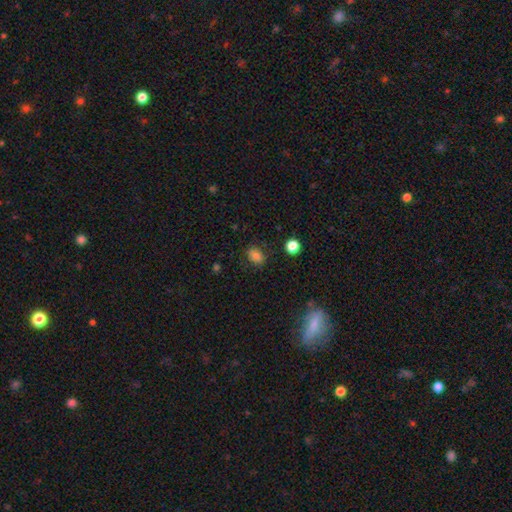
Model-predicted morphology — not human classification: A smooth galaxy with no disk features (80%) that is in between round and cigar-shaped (67%).

Vote fractions:
- Smooth or featured? smooth: 80% / star or artifact: 12% / featured or disk: 8%
- How rounded? in between: 67% / round: 32% / cigar-shaped: 1%
- Merging? none: 82% / minor disturbance: 12% / major disturbance: 4% / merger: 2%